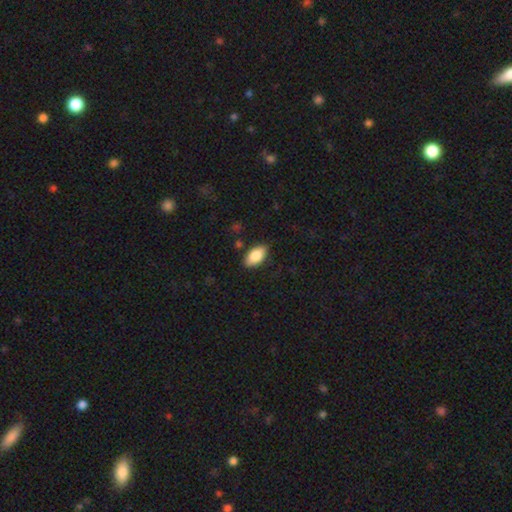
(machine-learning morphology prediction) A smooth galaxy with no disk features (84%) that is in between round and cigar-shaped (93%). Merging: none (85%).